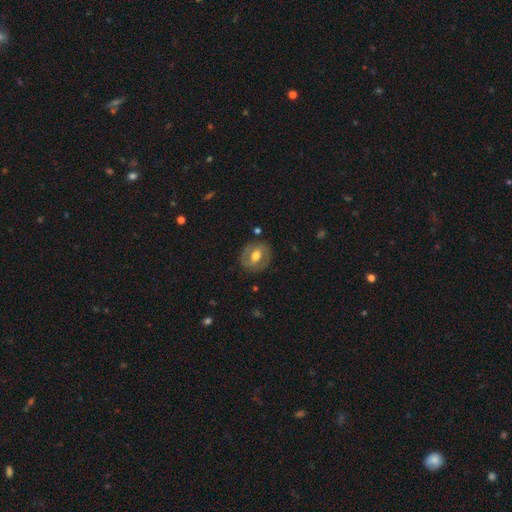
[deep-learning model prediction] smooth-or-featured: featured or disk: 52% | smooth: 41% | star or artifact: 6%
  disk-edge-on: no: 94% | yes: 6%
  merging: none: 81% | minor disturbance: 13% | major disturbance: 5% | merger: 2%